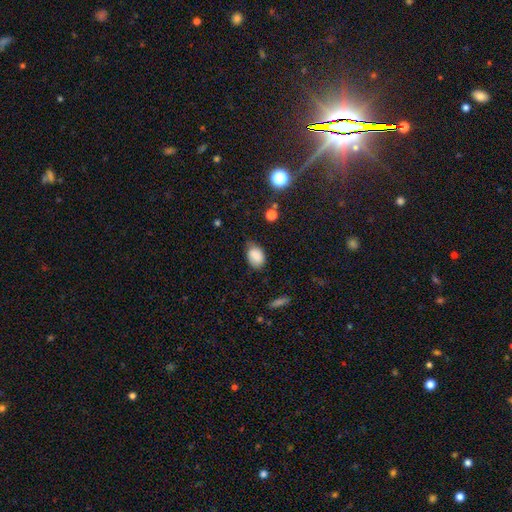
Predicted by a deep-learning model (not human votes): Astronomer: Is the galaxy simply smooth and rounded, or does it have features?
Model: smooth — 85%.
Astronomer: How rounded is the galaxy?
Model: in between — 82%.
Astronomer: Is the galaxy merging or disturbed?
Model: none — 55% (runner-up: minor disturbance, 35%).